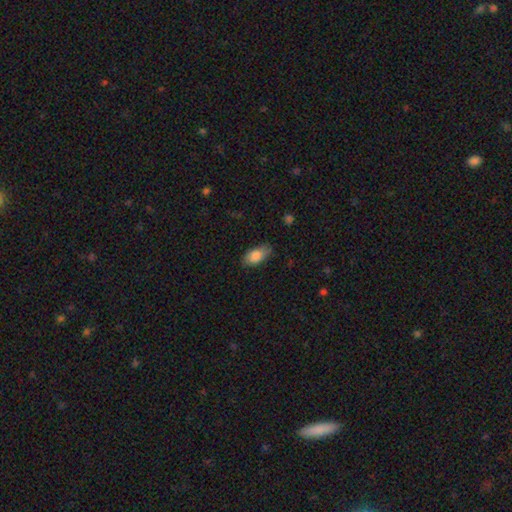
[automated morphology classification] Smooth or featured?
  - smooth: 85% *
  - featured or disk: 8%
  - star or artifact: 7%
How rounded?
  - in between: 92% *
  - cigar-shaped: 5%
  - round: 3%
Merging?
  - none: 79% *
  - minor disturbance: 16%
  - major disturbance: 3%
  - merger: 1%